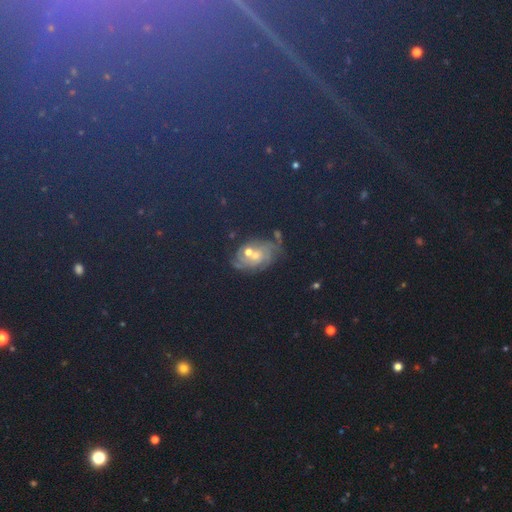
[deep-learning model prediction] smooth-or-featured: star or artifact: 49% | smooth: 37% | featured or disk: 15%